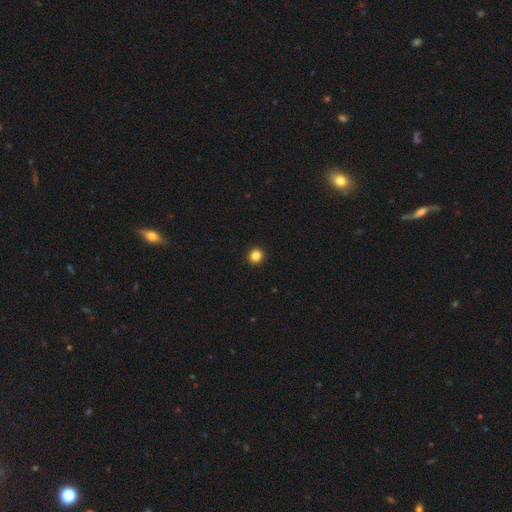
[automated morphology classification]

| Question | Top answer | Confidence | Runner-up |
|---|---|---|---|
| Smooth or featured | smooth | 85% | star or artifact (12%) |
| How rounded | round | 95% | in between (4%) |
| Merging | none | 94% | minor disturbance (4%) |